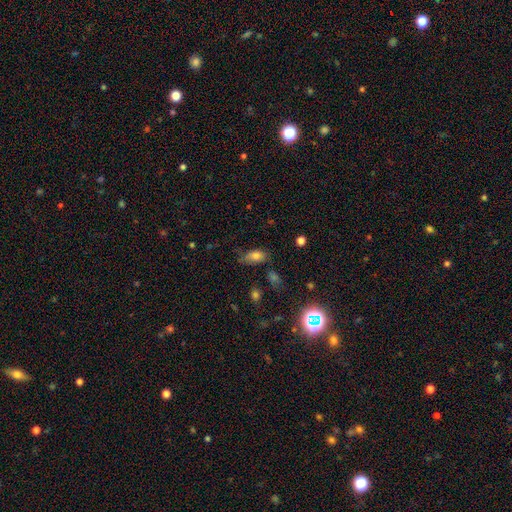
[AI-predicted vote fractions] Smooth or featured? Predicted: smooth (p=0.77). How rounded? Predicted: in between (p=0.88). Merging? Predicted: none (p=0.57).